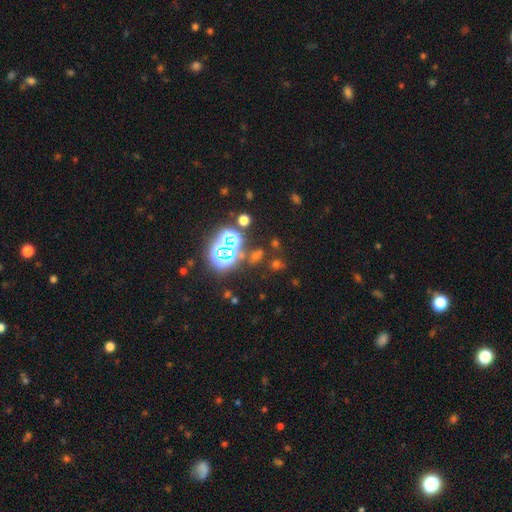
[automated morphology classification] type=star or artifact (58%).